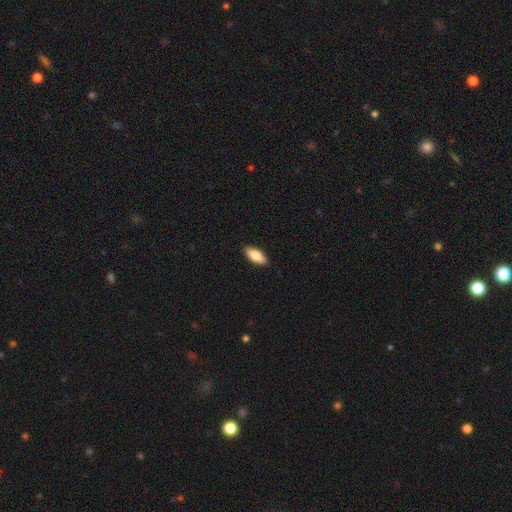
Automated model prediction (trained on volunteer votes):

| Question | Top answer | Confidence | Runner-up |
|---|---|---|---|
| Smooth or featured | smooth | 80% | featured or disk (15%) |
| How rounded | in between | 80% | cigar-shaped (18%) |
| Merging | none | 90% | minor disturbance (8%) |